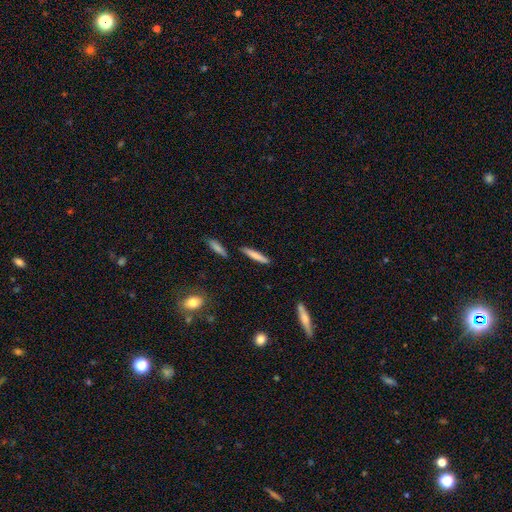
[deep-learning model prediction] A smooth galaxy with no disk features (75%) that is cigar-shaped (90%).

Vote fractions:
- Smooth or featured? smooth: 75% / featured or disk: 19% / star or artifact: 6%
- How rounded? cigar-shaped: 90% / in between: 8% / round: 1%
- Merging? none: 84% / minor disturbance: 9% / merger: 5% / major disturbance: 2%